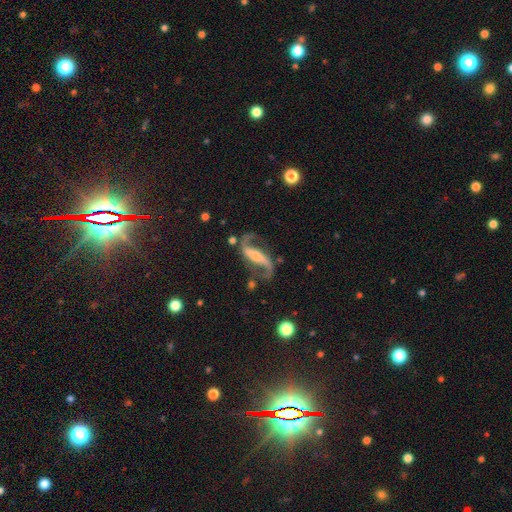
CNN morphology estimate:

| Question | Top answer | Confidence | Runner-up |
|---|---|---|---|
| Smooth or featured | featured or disk | 90% | star or artifact (5%) |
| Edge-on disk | no | 94% | yes (6%) |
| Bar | strong | 54% | weak (26%) |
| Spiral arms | yes | 97% | no (3%) |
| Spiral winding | loose | 71% | medium (23%) |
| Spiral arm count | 2 | 93% | 1 (3%) |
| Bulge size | small | 47% | moderate (33%) |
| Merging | none | 73% | minor disturbance (13%) |